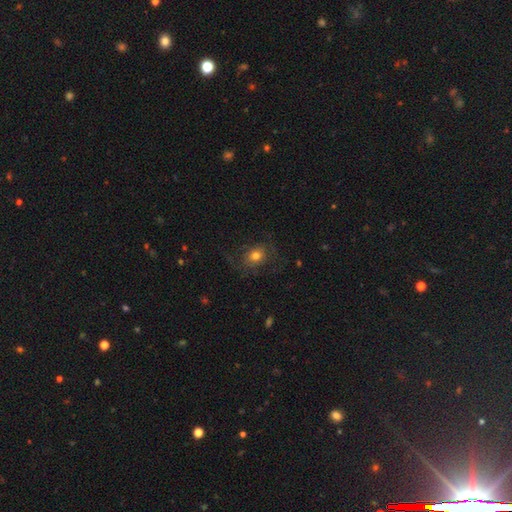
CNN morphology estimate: This appears to be a smooth galaxy with no disk features (62%) that is round (62%). Merging: none (64%).